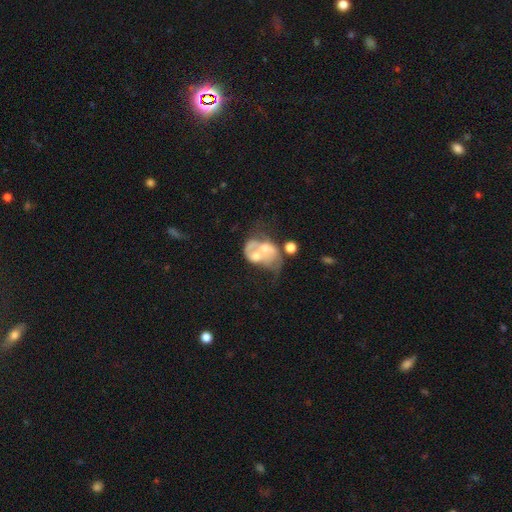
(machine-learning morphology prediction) type=featured or disk (59%); edge-on=no (97%); bar=no (82%); spiral arms=no (67%); bulge=moderate (50%); merging=merger (58%).